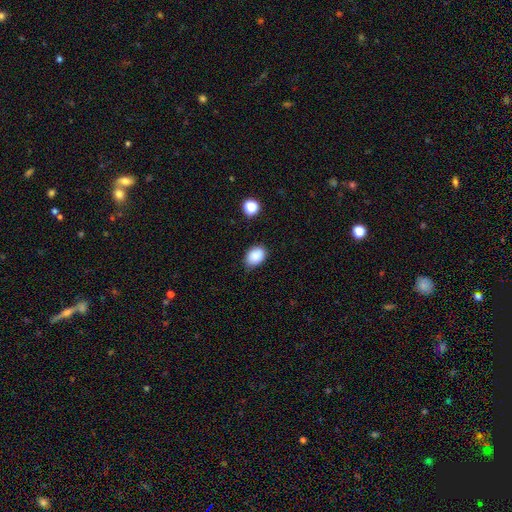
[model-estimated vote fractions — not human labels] Smooth or featured?
  - smooth: 87% *
  - star or artifact: 9%
  - featured or disk: 4%
How rounded?
  - in between: 76% *
  - round: 23%
  - cigar-shaped: 1%
Merging?
  - none: 71% *
  - minor disturbance: 23%
  - major disturbance: 4%
  - merger: 2%